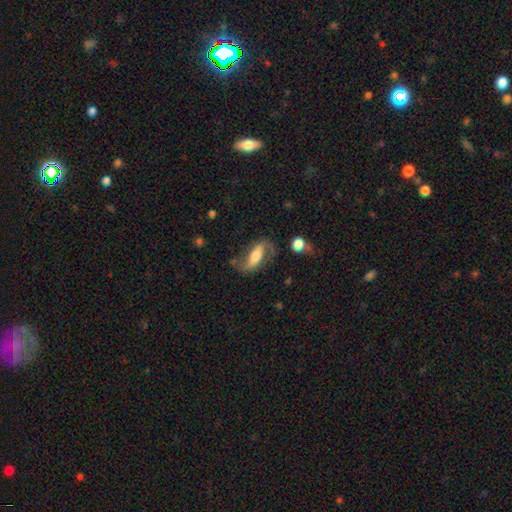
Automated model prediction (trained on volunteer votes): Overall: featured or disk (72%). Edge-on disk: no (87%). Bar: strong (45%; weak 30%). Spiral arms: yes (91%). Spiral arm count: 2 (90%). Spiral winding: loose (64%; medium 28%). Bulge size: moderate (48%; large 22%). Merging: none (66%).